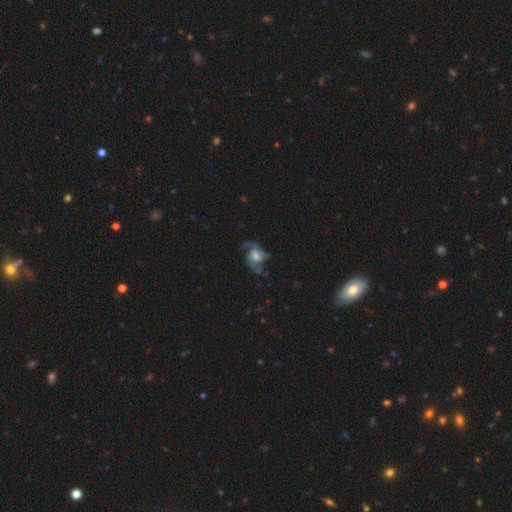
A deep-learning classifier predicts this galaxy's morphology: Q: Smooth or featured?
A: featured or disk (73%); runner-up: smooth (19%)
Q: Edge-on disk?
A: no (97%); runner-up: yes (3%)
Q: Bar?
A: no (58%); runner-up: weak (34%)
Q: Spiral arms?
A: yes (87%); runner-up: no (13%)
Q: Spiral winding?
A: loose (47%); runner-up: medium (41%)
Q: Spiral arm count?
A: 2 (56%); runner-up: 3 (16%)
Q: Bulge size?
A: moderate (41%); runner-up: large (28%)
Q: Merging?
A: none (48%); runner-up: major disturbance (30%)